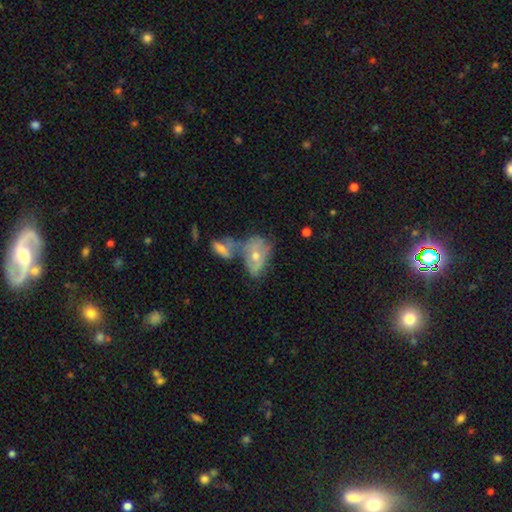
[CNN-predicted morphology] This appears to be a featured or disk galaxy (52%). Merging: merger (44%).